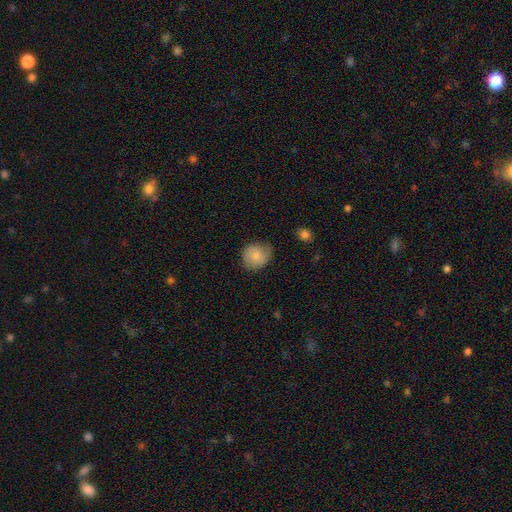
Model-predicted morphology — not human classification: A smooth galaxy with no disk features (79%) that is round (76%).

Vote fractions:
- Smooth or featured? smooth: 79% / featured or disk: 14% / star or artifact: 7%
- How rounded? round: 76% / in between: 23% / cigar-shaped: 1%
- Merging? none: 63% / minor disturbance: 29% / major disturbance: 6% / merger: 2%